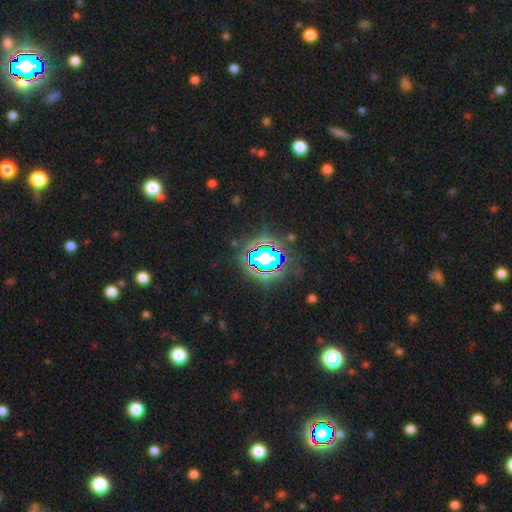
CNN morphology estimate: smooth_or_featured: star or artifact (p=0.79) [alt: smooth p=0.13]